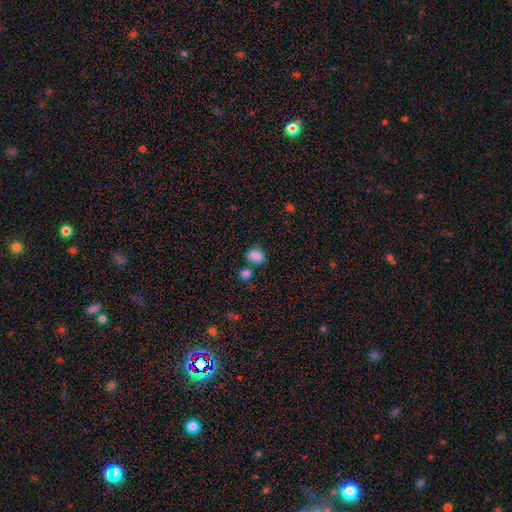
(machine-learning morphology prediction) smooth 80%, star or artifact 12%, featured or disk 8%. Down the decision tree: how rounded — in between (67%); merging — none (52%).